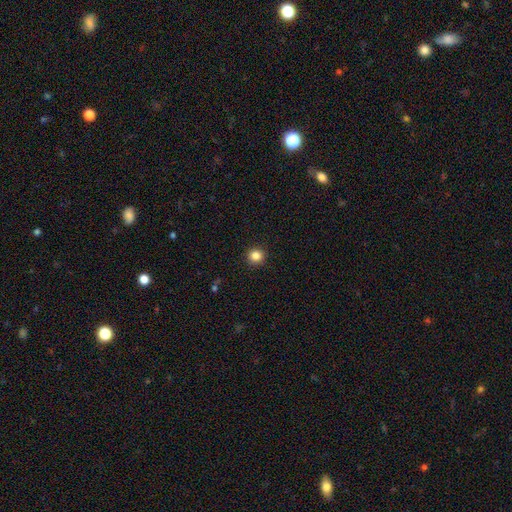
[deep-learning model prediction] Morphology: type=smooth (85%); roundness=round (92%); merging=none (92%).